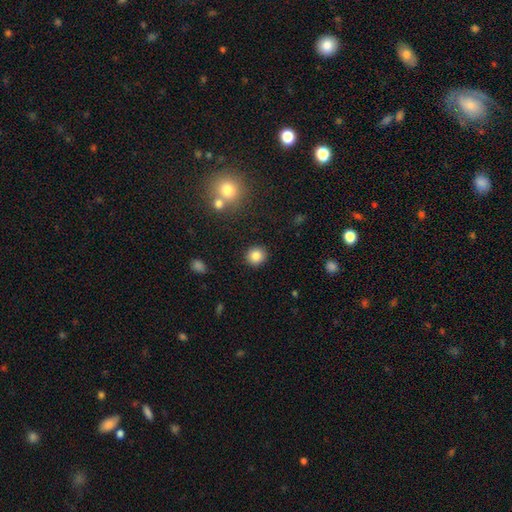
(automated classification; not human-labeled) Smooth or featured? smooth (84%)
How rounded? round (88%)
Merging? none (90%)